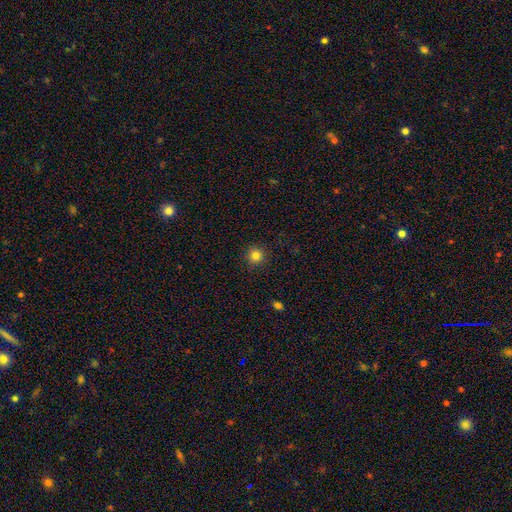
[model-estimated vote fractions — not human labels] smooth_or_featured: smooth (p=0.83) [alt: star or artifact p=0.12]
how_rounded: round (p=0.94) [alt: in between p=0.05]
merging: none (p=0.91) [alt: minor disturbance p=0.06]